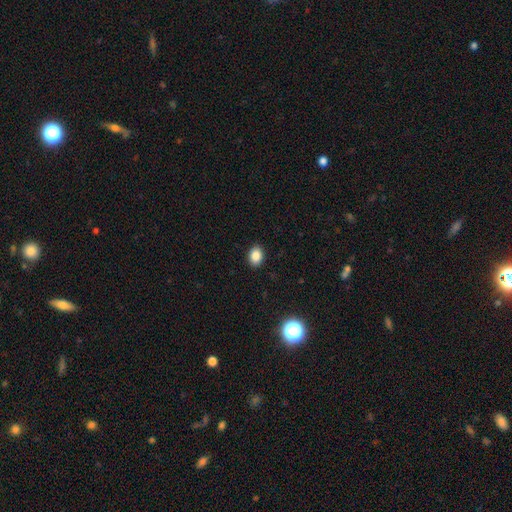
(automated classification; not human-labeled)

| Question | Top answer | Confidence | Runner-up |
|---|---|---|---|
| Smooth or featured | smooth | 86% | star or artifact (10%) |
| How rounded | in between | 71% | round (28%) |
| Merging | none | 91% | minor disturbance (7%) |